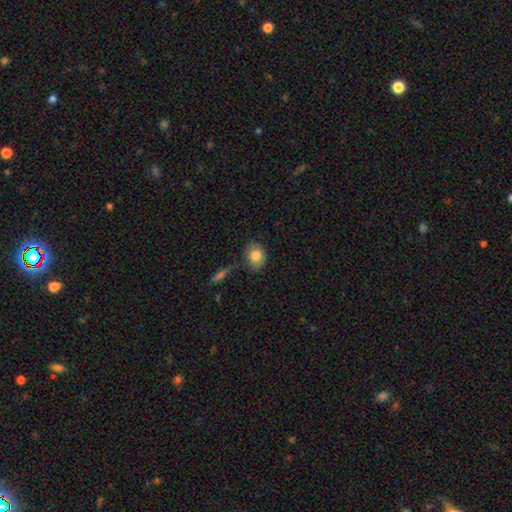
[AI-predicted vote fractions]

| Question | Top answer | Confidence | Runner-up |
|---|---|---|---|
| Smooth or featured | smooth | 82% | featured or disk (10%) |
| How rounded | in between | 51% | round (47%) |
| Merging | none | 67% | minor disturbance (22%) |